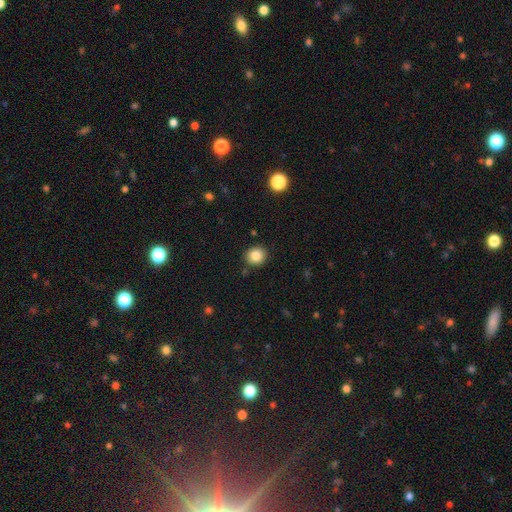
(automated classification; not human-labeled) A smooth galaxy with no disk features (84%) that is round (86%).

Vote fractions:
- Smooth or featured? smooth: 84% / star or artifact: 10% / featured or disk: 6%
- How rounded? round: 86% / in between: 13% / cigar-shaped: 1%
- Merging? none: 88% / minor disturbance: 7% / merger: 2% / major disturbance: 2%